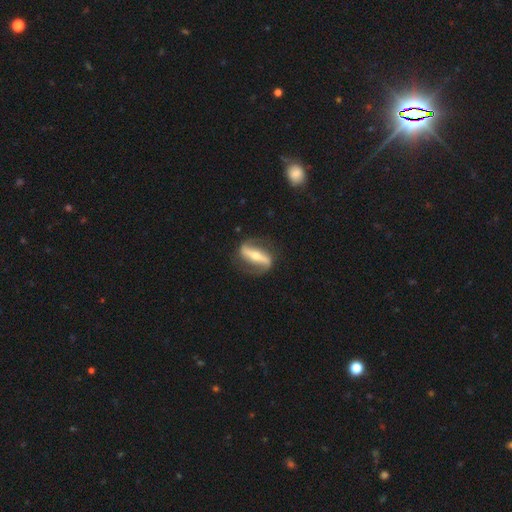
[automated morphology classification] Smooth or featured?
  - featured or disk: 83% *
  - smooth: 12%
  - star or artifact: 5%
Edge-on disk?
  - no: 75% *
  - yes: 25%
Bar?
  - strong: 77% *
  - weak: 12%
  - no: 11%
Spiral arms?
  - yes: 84% *
  - no: 16%
Spiral winding?
  - loose: 56% *
  - medium: 28%
  - tight: 16%
Spiral arm count?
  - 2: 90% *
  - can't tell: 4%
  - 1: 3%
  - 3: 1%
  - 4: 1%
  - more than 4: 1%
Bulge size?
  - moderate: 51% *
  - small: 40%
  - large: 4%
  - none: 2%
  - dominant: 2%
Merging?
  - none: 79% *
  - minor disturbance: 13%
  - major disturbance: 6%
  - merger: 2%